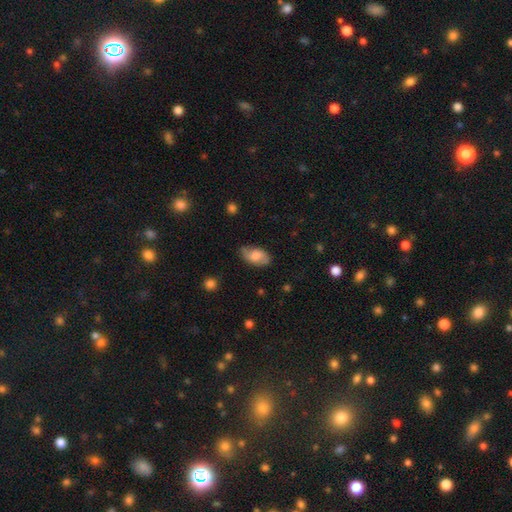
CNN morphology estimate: A smooth galaxy with no disk features (63%) that is in between round and cigar-shaped (92%).

Vote fractions:
- Smooth or featured? smooth: 63% / featured or disk: 30% / star or artifact: 7%
- How rounded? in between: 92% / round: 5% / cigar-shaped: 2%
- Merging? none: 71% / minor disturbance: 22% / major disturbance: 5% / merger: 1%